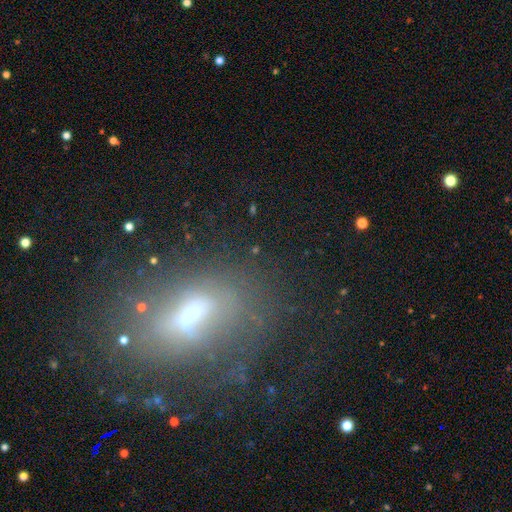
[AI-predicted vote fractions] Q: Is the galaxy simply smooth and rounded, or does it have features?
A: smooth — 40%.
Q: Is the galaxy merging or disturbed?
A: none — 59%.